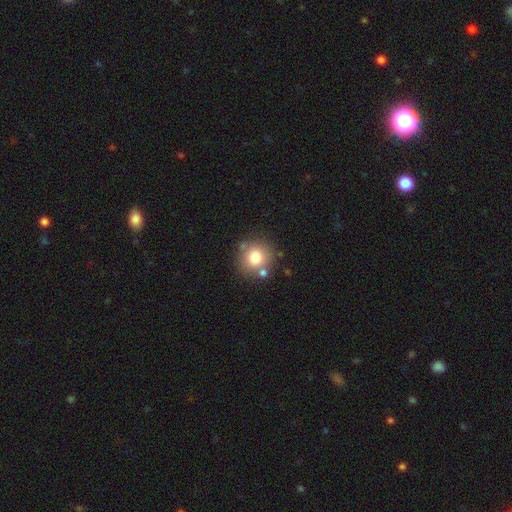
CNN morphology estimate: A smooth galaxy with no disk features (76%) that is round (89%). Merging: none (75%).